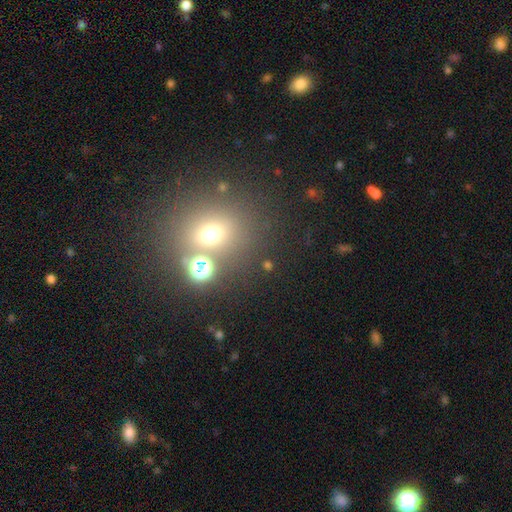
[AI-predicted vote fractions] This is possibly a smooth galaxy (53%). How rounded: likely round (75%). Merging: likely none (63%).